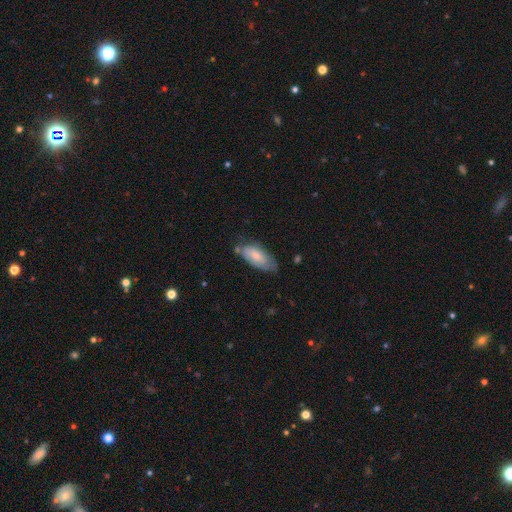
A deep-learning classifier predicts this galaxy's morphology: Smooth or featured? Predicted: smooth (p=0.73). How rounded? Predicted: in between (p=0.87). Merging? Predicted: none (p=0.54).